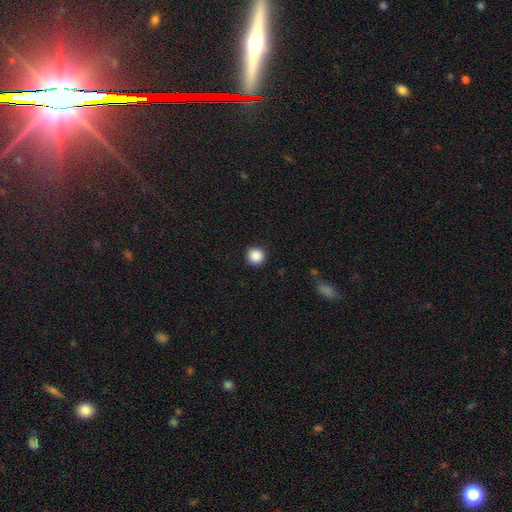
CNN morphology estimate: Smooth or featured: smooth — 88% (star or artifact — 9%)
How rounded: round — 94% (in between — 5%)
Merging: none — 91% (minor disturbance — 6%)